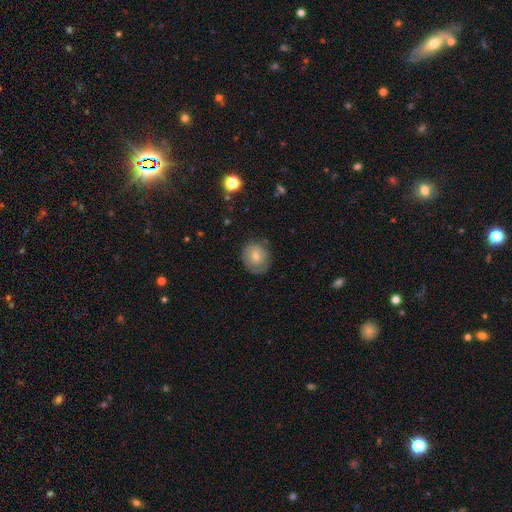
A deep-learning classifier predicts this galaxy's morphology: Smooth or featured? smooth (53%)
How rounded? round (74%)
Merging? none (76%)